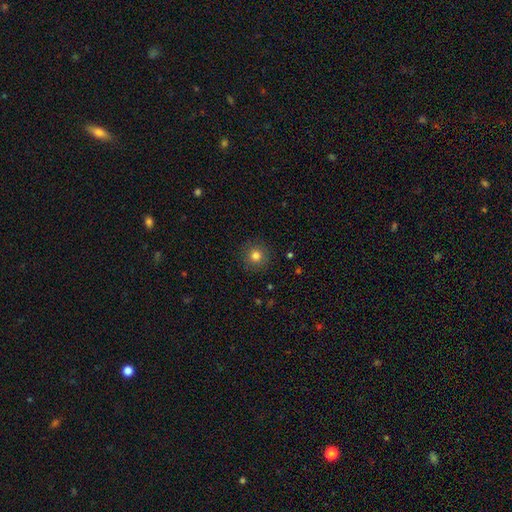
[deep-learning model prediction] Overall: smooth (80%). How rounded: round (94%). Merging: none (90%).